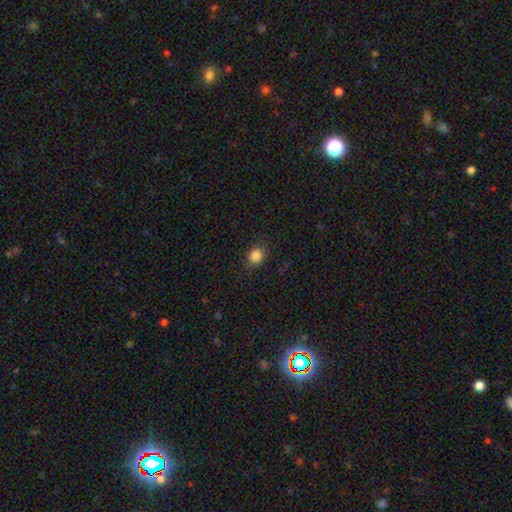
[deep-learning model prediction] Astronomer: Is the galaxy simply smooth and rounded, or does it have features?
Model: smooth — 84%.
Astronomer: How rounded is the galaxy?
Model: round — 76%.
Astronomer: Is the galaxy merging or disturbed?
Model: none — 85%.